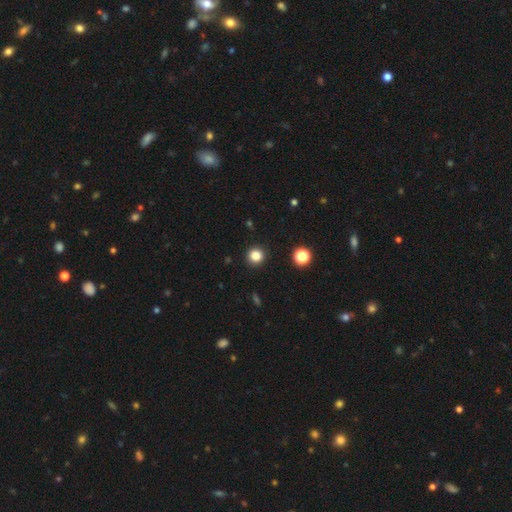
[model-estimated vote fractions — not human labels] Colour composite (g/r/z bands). It shows a smooth galaxy with no disk features (84%) that is round (94%). Merging: none (92%).